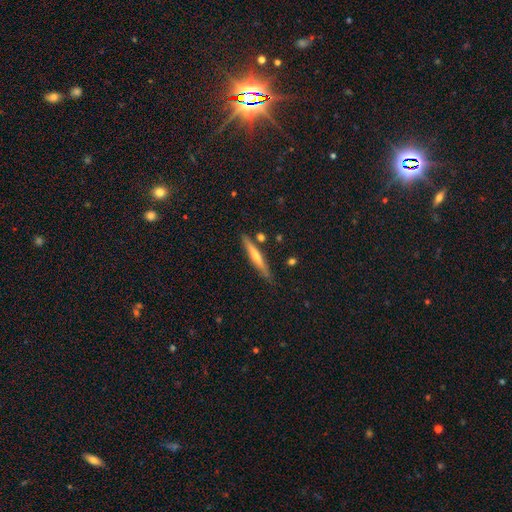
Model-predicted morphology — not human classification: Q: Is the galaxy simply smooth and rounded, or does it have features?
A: featured or disk — 56%.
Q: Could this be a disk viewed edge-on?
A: yes — 96%.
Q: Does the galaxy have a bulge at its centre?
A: rounded — 69%.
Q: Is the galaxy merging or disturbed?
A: none — 85%.